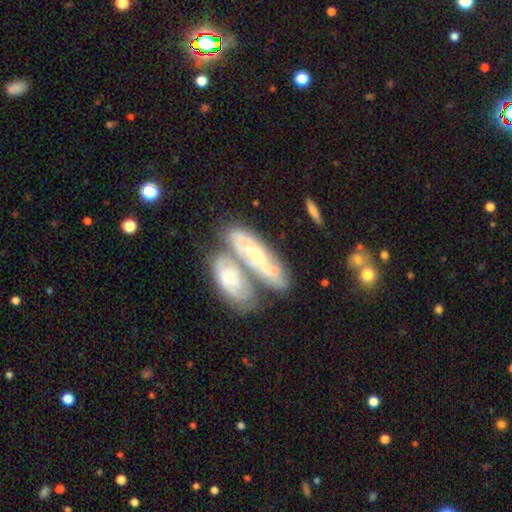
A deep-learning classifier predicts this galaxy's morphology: A featured or disk galaxy (72%) with no bar (59%), spiral arms (77%) and a moderate central bulge (49%).

Vote fractions:
- Smooth or featured? featured or disk: 72% / smooth: 22% / star or artifact: 7%
- Edge-on disk? no: 81% / yes: 19%
- Bar? no: 59% / weak: 29% / strong: 13%
- Spiral arms? yes: 77% / no: 23%
- Bulge size? moderate: 49% / small: 38% / large: 7% / none: 5% / dominant: 2%
- Merging? merger: 54% / none: 28% / minor disturbance: 12% / major disturbance: 6%